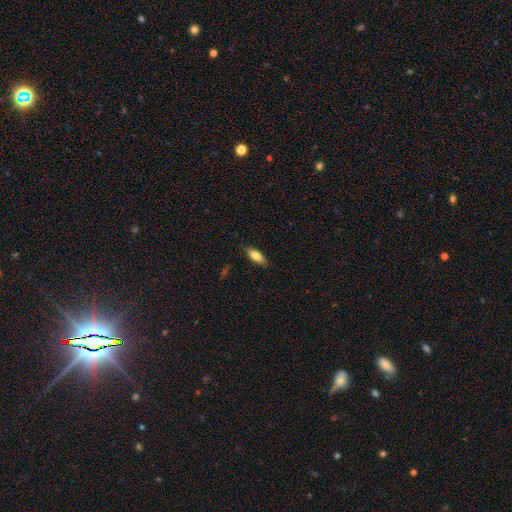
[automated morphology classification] smooth-or-featured: smooth: 78% | featured or disk: 15% | star or artifact: 7%
  how-rounded: in between: 69% | cigar-shaped: 29% | round: 2%
  merging: none: 84% | minor disturbance: 12% | major disturbance: 2% | merger: 1%